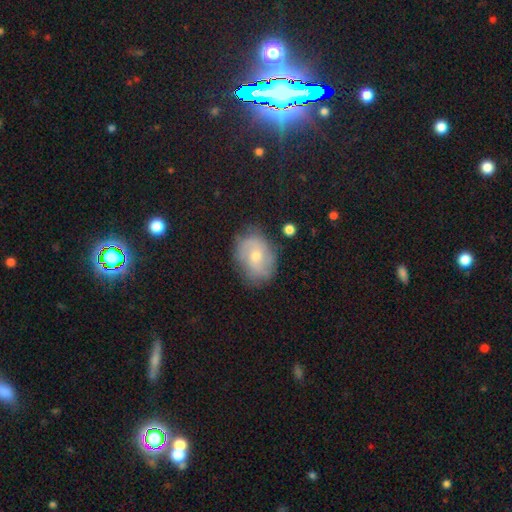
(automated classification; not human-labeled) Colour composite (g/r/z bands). It shows a featured or disk galaxy (52%). Merging: none (74%).